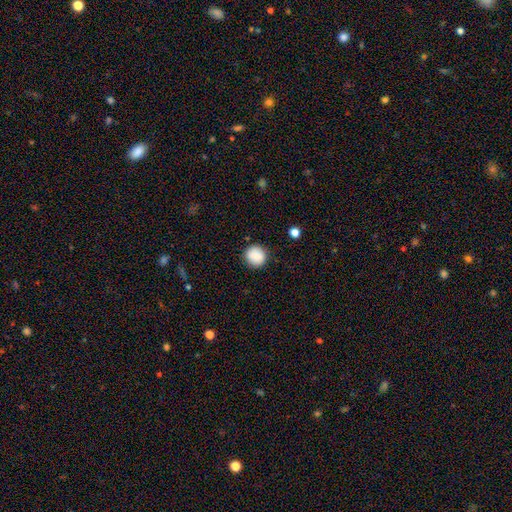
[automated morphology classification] Smooth or featured? Predicted: smooth (p=0.88). How rounded? Predicted: round (p=0.91). Merging? Predicted: none (p=0.88).